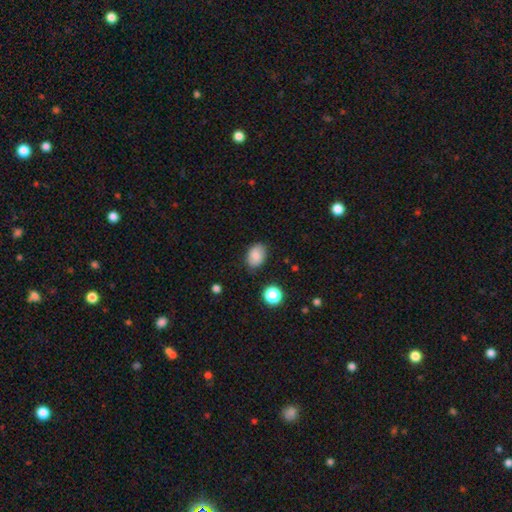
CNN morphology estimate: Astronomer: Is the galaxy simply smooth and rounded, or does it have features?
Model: smooth — 85%.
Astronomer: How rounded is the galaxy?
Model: in between — 75%.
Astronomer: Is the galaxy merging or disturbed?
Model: none — 81%.